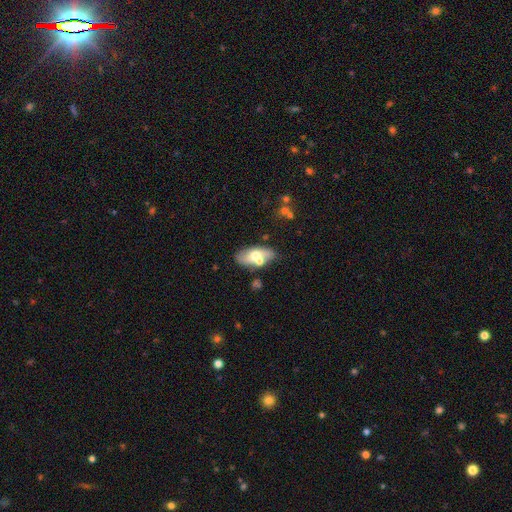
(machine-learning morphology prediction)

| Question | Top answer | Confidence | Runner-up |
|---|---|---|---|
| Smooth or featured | smooth | 55% | featured or disk (38%) |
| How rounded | in between | 87% | cigar-shaped (9%) |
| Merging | none | 58% | merger (19%) |